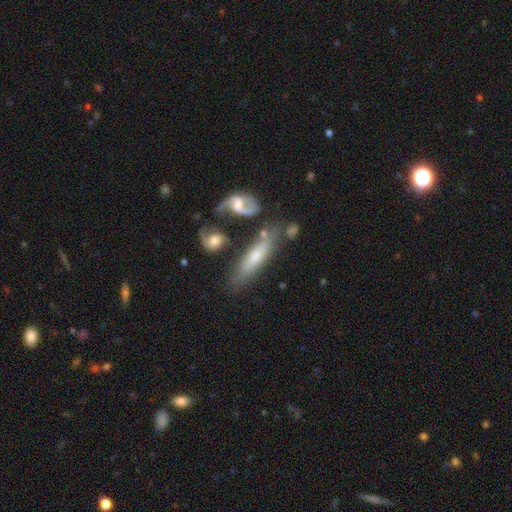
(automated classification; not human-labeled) Smooth or featured? Predicted: smooth (p=0.54). How rounded? Predicted: cigar-shaped (p=0.62). Merging? Predicted: none (p=0.53).